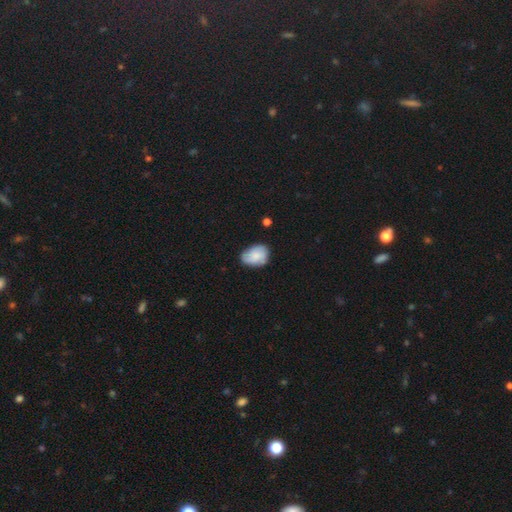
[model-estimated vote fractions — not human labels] Morphology: type=smooth (60%); roundness=in between (77%); merging=none (65%).